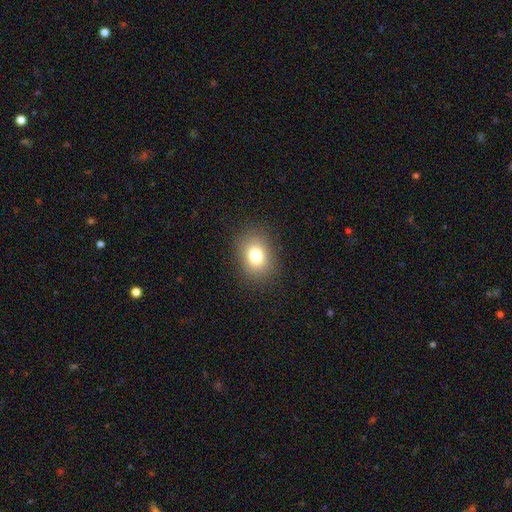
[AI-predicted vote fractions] smooth 79%, star or artifact 12%, featured or disk 9%. Down the decision tree: how rounded — in between (54%); merging — none (87%).